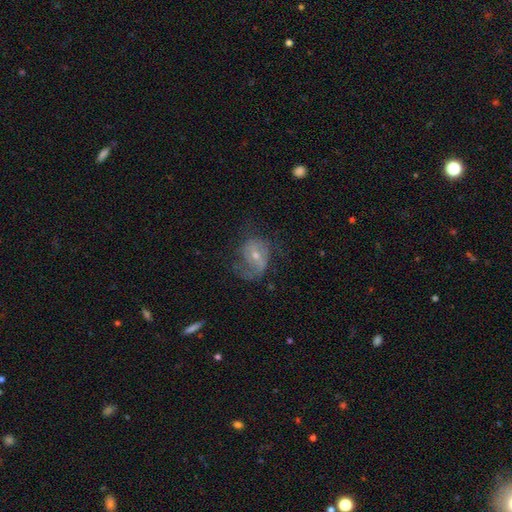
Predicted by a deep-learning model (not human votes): smooth_or_featured: featured or disk (p=0.70) [alt: smooth p=0.21]
disk_edge_on: no (p=0.97) [alt: yes p=0.03]
bar: weak (p=0.43) [alt: no p=0.42]
has_spiral_arms: yes (p=0.82) [alt: no p=0.18]
spiral_winding: medium (p=0.43) [alt: loose p=0.36]
spiral_arm_count: 2 (p=0.52) [alt: 1 p=0.22]
bulge_size: small (p=0.54) [alt: moderate p=0.42]
merging: none (p=0.47) [alt: major disturbance p=0.28]